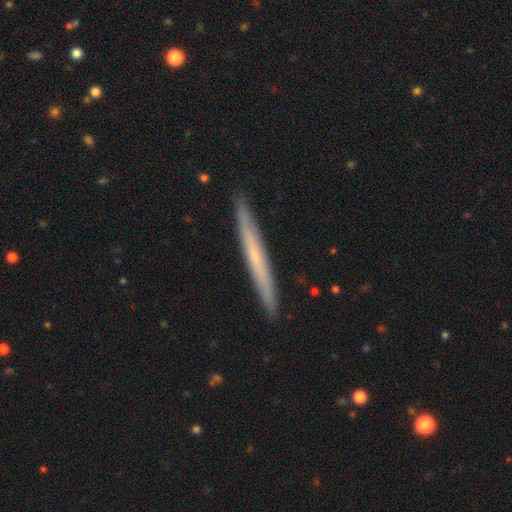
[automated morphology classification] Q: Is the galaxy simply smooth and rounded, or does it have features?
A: featured or disk — 48%.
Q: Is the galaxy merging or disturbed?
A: none — 91%.